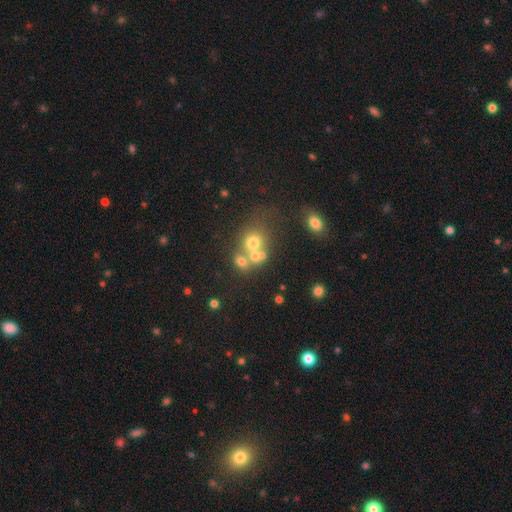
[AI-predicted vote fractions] Smooth or featured? smooth (60%)
How rounded? round (72%)
Merging? merger (47%)